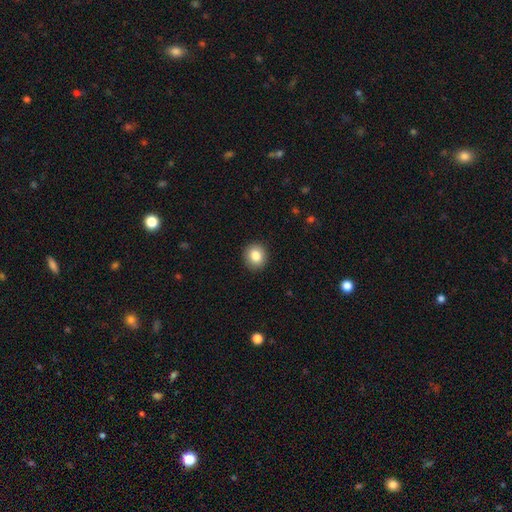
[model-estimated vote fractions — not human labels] smooth 84%, star or artifact 9%, featured or disk 7%. Down the decision tree: how rounded — round (84%); merging — none (92%).